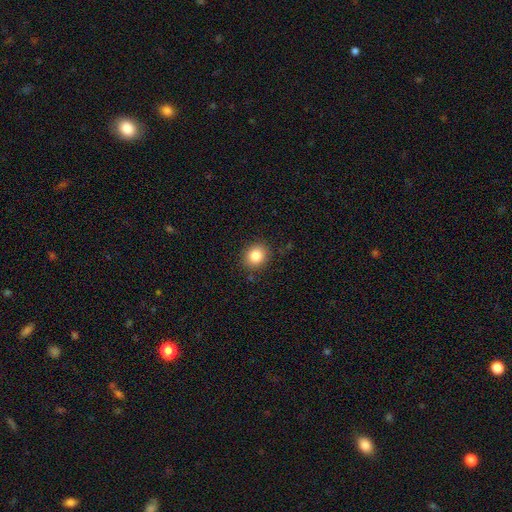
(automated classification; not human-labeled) This appears to be a smooth galaxy with no disk features (84%) that is round (73%). Merging: none (87%).